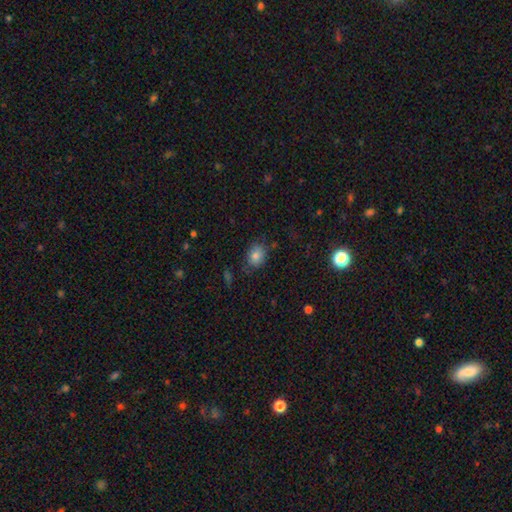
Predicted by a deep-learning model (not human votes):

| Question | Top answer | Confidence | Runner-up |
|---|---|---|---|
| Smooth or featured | smooth | 80% | star or artifact (12%) |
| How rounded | in between | 53% | round (45%) |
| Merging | none | 76% | minor disturbance (17%) |